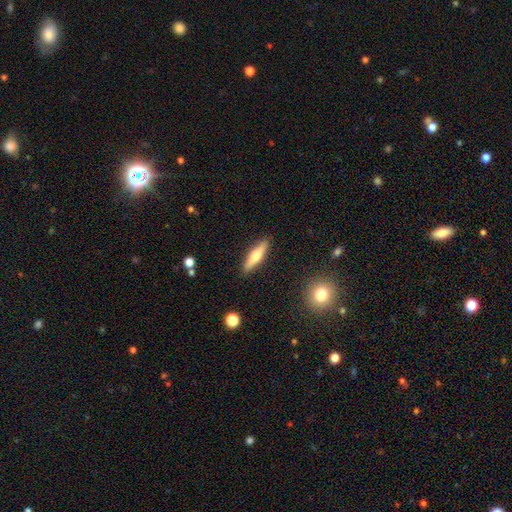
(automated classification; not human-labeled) Smooth or featured? Predicted: smooth (p=0.58). How rounded? Predicted: cigar-shaped (p=0.77). Merging? Predicted: none (p=0.89).